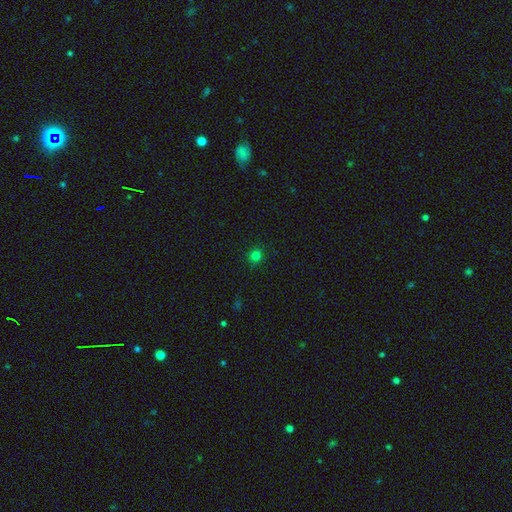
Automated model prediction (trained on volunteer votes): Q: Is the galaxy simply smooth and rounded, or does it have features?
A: smooth — 79%.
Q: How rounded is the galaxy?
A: round — 91%.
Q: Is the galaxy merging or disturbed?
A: none — 91%.